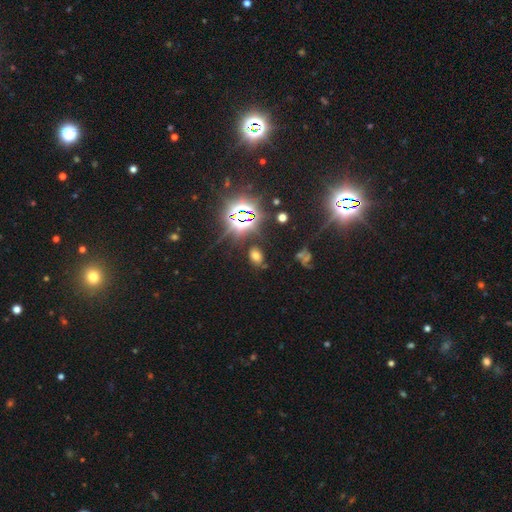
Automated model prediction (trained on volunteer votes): Q: Smooth or featured?
A: smooth (50%); runner-up: star or artifact (40%)
Q: How rounded?
A: in between (78%); runner-up: round (20%)
Q: Merging?
A: none (78%); runner-up: minor disturbance (12%)